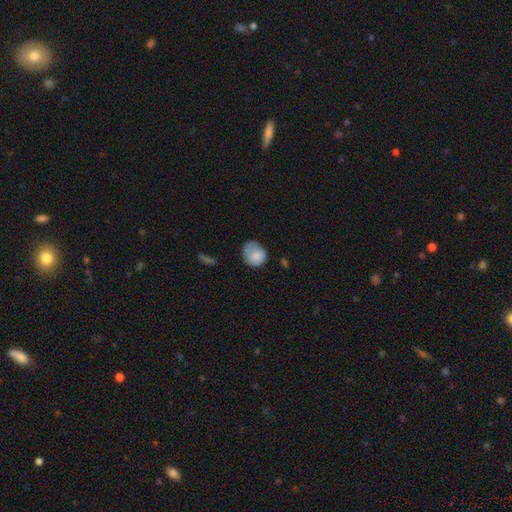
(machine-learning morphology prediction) Q: Smooth or featured?
A: smooth (80%); runner-up: featured or disk (13%)
Q: How rounded?
A: round (64%); runner-up: in between (35%)
Q: Merging?
A: none (47%); runner-up: minor disturbance (36%)